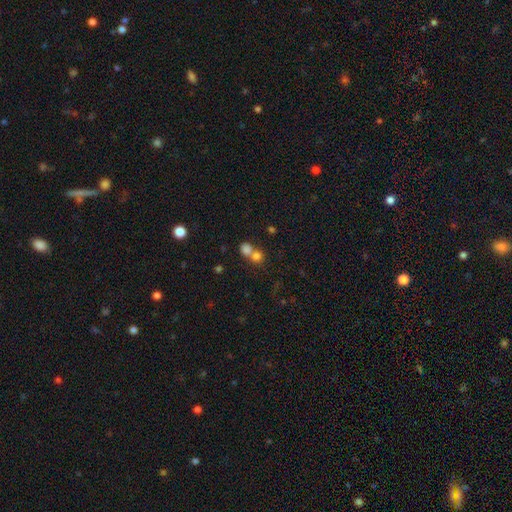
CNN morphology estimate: Q: Smooth or featured?
A: smooth (77%); runner-up: star or artifact (14%)
Q: How rounded?
A: round (81%); runner-up: in between (18%)
Q: Merging?
A: merger (51%); runner-up: none (40%)